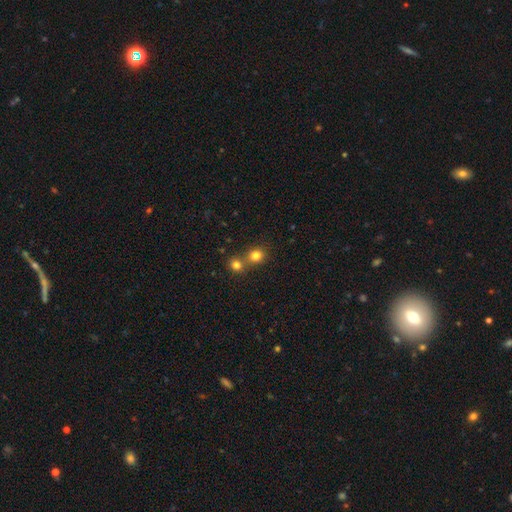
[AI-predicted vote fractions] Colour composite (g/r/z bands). It shows a smooth galaxy with no disk features (80%) that is round (84%). Merging: none (55%).